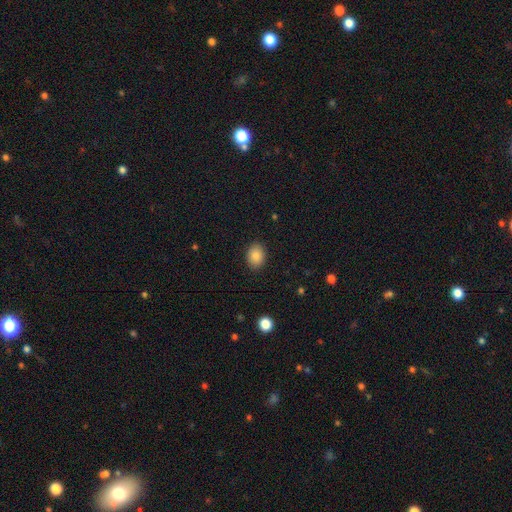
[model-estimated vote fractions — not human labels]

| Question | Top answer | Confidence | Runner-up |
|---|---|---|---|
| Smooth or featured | smooth | 86% | star or artifact (9%) |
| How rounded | in between | 69% | round (30%) |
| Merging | none | 89% | minor disturbance (8%) |